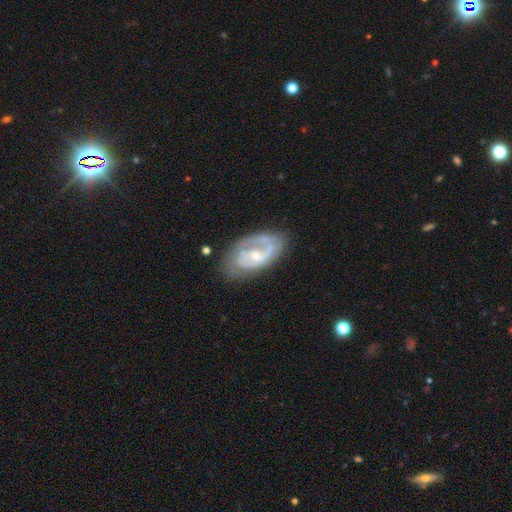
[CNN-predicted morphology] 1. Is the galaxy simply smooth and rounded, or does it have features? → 79% featured or disk, 15% smooth, 5% star or artifact.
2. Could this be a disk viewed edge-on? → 96% no, 4% yes.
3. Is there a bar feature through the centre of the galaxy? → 54% no, 37% weak, 9% strong.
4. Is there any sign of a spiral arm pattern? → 85% yes, 15% no.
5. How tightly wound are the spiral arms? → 44% tight, 39% medium, 17% loose.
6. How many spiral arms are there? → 49% 2, 24% 1, 21% can't tell, 4% 3, 2% 4, 2% more than 4.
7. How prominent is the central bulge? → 58% small, 36% moderate, 3% none, 2% large, 1% dominant.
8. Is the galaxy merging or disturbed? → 66% none, 21% minor disturbance, 10% major disturbance, 2% merger.